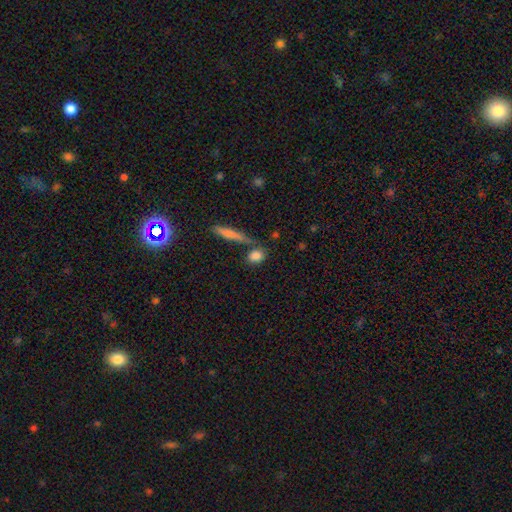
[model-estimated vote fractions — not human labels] This is clearly a smooth galaxy (83%). How rounded: marginally round (44%). Merging: likely none (69%).